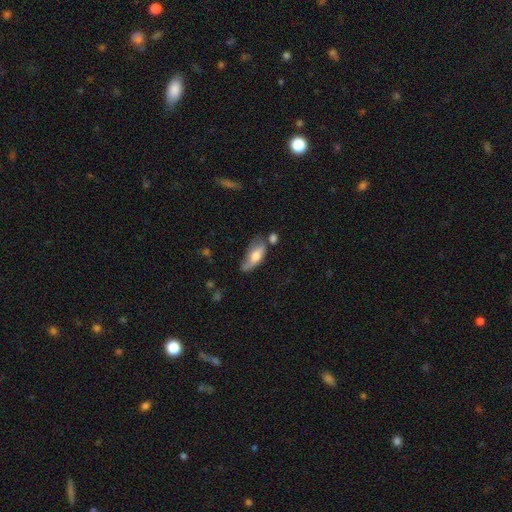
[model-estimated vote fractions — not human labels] smooth-or-featured: smooth: 63% | featured or disk: 30% | star or artifact: 6%
  how-rounded: in between: 76% | cigar-shaped: 21% | round: 3%
  merging: none: 45% | minor disturbance: 30% | merger: 13% | major disturbance: 12%